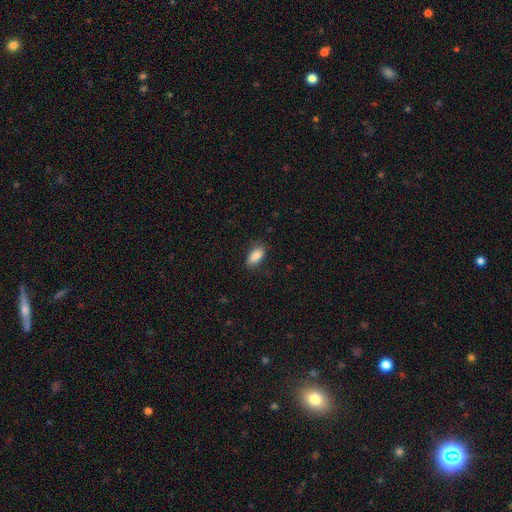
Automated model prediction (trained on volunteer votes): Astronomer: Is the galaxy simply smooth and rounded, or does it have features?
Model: smooth — 88%.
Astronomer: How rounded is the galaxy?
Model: in between — 90%.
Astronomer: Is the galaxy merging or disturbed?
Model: none — 82%.